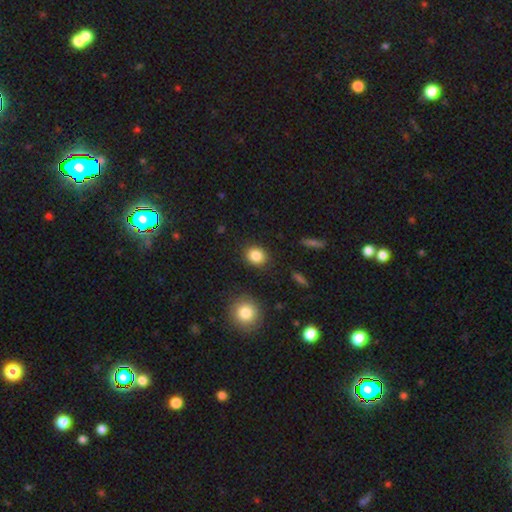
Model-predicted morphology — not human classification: The model was most divided on "how rounded": round: 73%, in between: 26%, cigar-shaped: 1%. More confident: merging — none (88%); smooth or featured — smooth (86%).